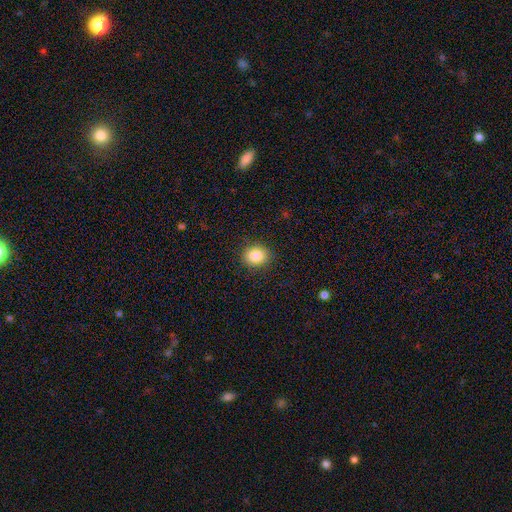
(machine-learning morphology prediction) Overall: smooth (86%). How rounded: round (71%). Merging: none (89%).